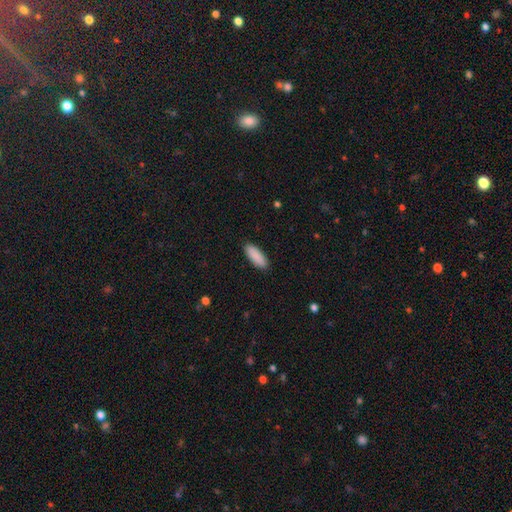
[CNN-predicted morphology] Smooth or featured: smooth — 90% (star or artifact — 6%)
How rounded: in between — 66% (cigar-shaped — 33%)
Merging: none — 90% (minor disturbance — 7%)